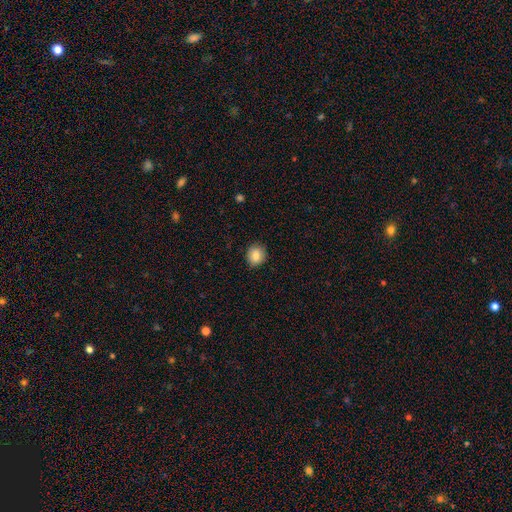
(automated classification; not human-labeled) A smooth galaxy with no disk features (85%) that is round (77%). Merging: none (87%).